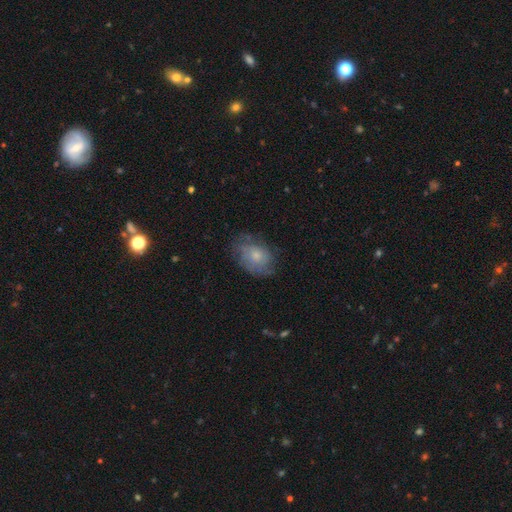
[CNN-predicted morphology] A smooth galaxy with no disk features (48%). Merging: none (65%).